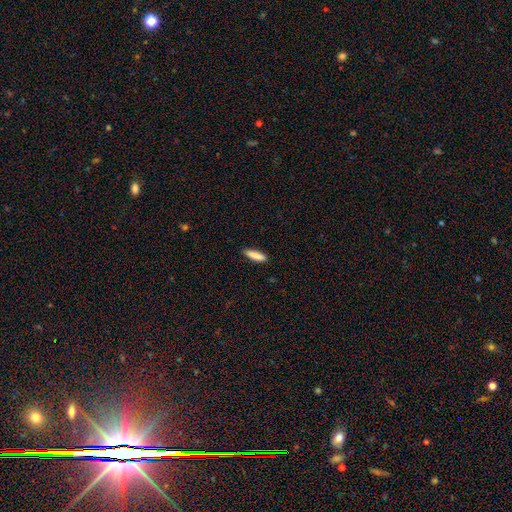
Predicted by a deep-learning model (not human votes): Smooth or featured: smooth — 87% (featured or disk — 7%)
How rounded: cigar-shaped — 70% (in between — 28%)
Merging: none — 88% (minor disturbance — 9%)